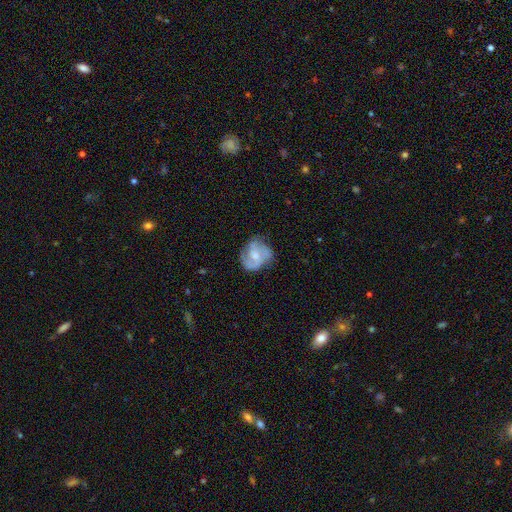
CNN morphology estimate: Smooth or featured? Predicted: featured or disk (p=0.68). Edge-on disk? Predicted: no (p=0.98). Bar? Predicted: no (p=0.55). Spiral arms? Predicted: yes (p=0.83). Spiral winding? Predicted: medium (p=0.48). Spiral arm count? Predicted: 2 (p=0.48). Bulge size? Predicted: moderate (p=0.50). Merging? Predicted: none (p=0.57).